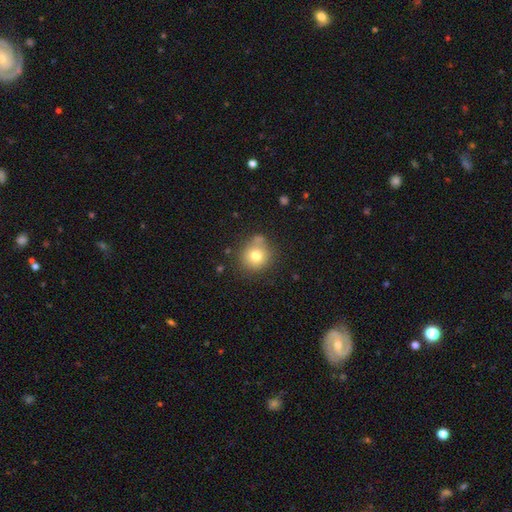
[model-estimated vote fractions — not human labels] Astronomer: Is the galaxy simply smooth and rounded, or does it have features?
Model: smooth — 75%.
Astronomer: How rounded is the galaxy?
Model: round — 87%.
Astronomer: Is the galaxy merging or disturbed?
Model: none — 68%.